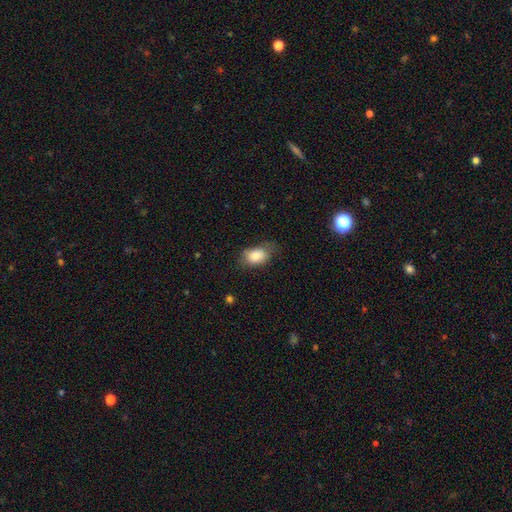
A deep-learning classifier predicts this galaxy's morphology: Smooth or featured?
  - smooth: 83% *
  - featured or disk: 10%
  - star or artifact: 8%
How rounded?
  - in between: 83% *
  - round: 15%
  - cigar-shaped: 2%
Merging?
  - none: 56% *
  - minor disturbance: 31%
  - major disturbance: 12%
  - merger: 2%